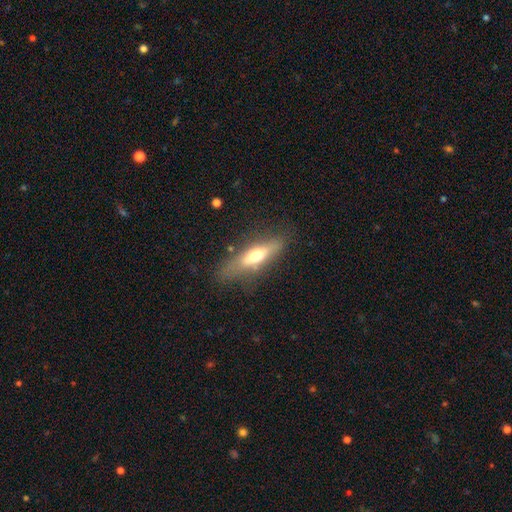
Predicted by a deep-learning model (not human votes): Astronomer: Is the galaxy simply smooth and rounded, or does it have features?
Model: smooth — 52% (runner-up: featured or disk, 42%).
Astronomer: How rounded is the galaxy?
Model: cigar-shaped — 59% (runner-up: in between, 38%).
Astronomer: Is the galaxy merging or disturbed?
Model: none — 71%.